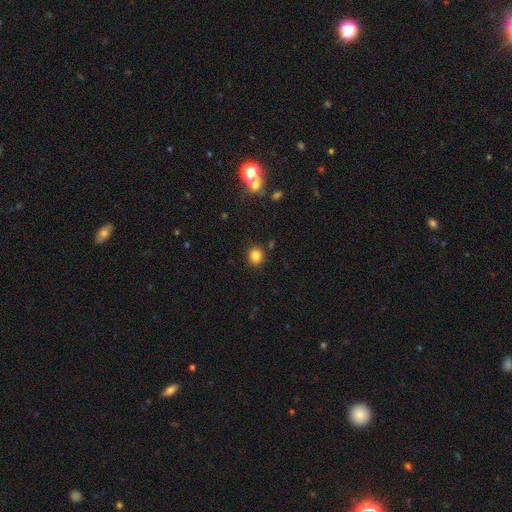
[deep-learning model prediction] Smooth or featured? smooth (83%)
How rounded? round (85%)
Merging? none (89%)